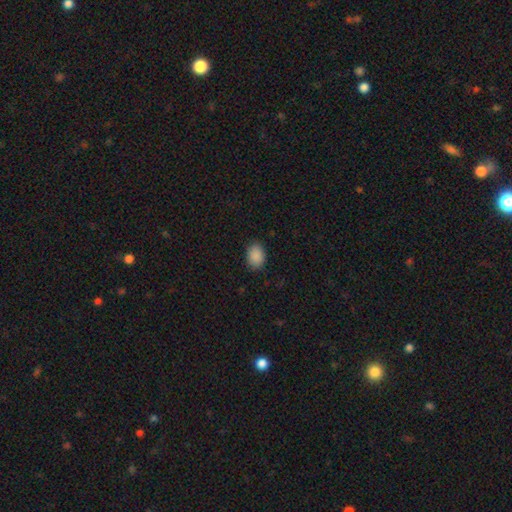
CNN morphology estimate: smooth_or_featured: smooth (p=0.89) [alt: star or artifact p=0.08]
how_rounded: in between (p=0.75) [alt: round p=0.24]
merging: none (p=0.87) [alt: minor disturbance p=0.10]